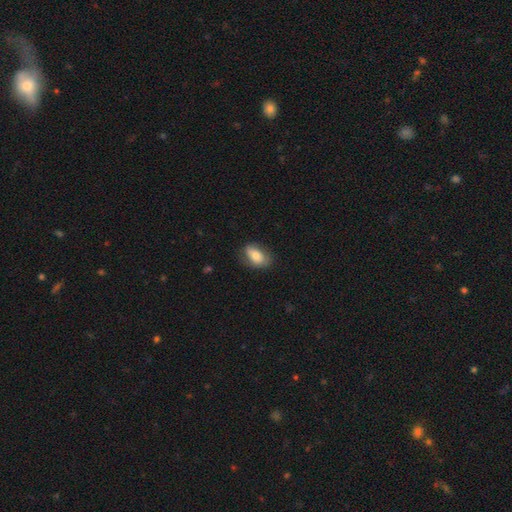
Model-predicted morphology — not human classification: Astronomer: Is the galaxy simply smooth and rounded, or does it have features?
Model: smooth — 76%.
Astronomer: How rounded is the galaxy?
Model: in between — 88%.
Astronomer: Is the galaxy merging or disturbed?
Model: none — 71%.